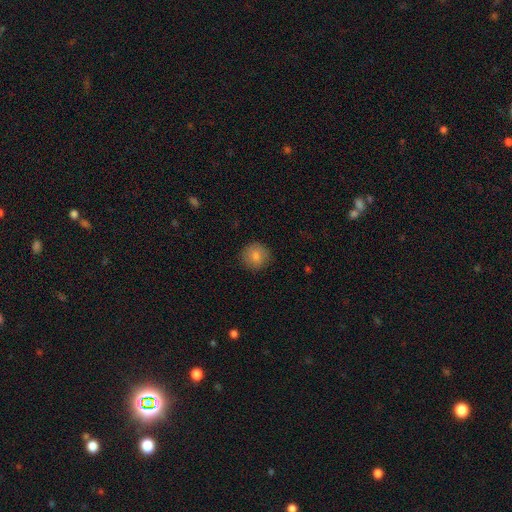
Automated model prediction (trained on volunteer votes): Smooth or featured: smooth — 82% (star or artifact — 9%)
How rounded: round — 92% (in between — 7%)
Merging: none — 88% (minor disturbance — 9%)